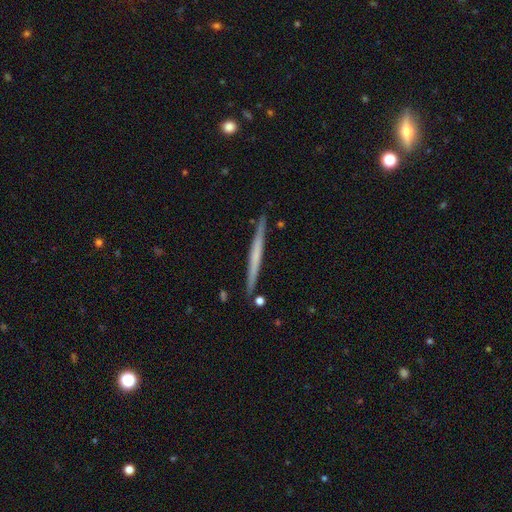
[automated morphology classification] The model was most divided on "smooth or featured": featured or disk: 54%, smooth: 41%, star or artifact: 5%. More confident: edge-on disk — yes (98%); merging — none (89%); edge-on bulge — none (82%).